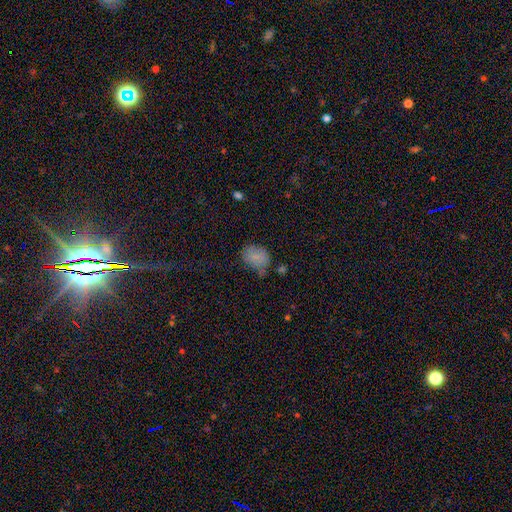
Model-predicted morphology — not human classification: Smooth or featured? Predicted: smooth (p=0.79). How rounded? Predicted: in between (p=0.56). Merging? Predicted: none (p=0.58).